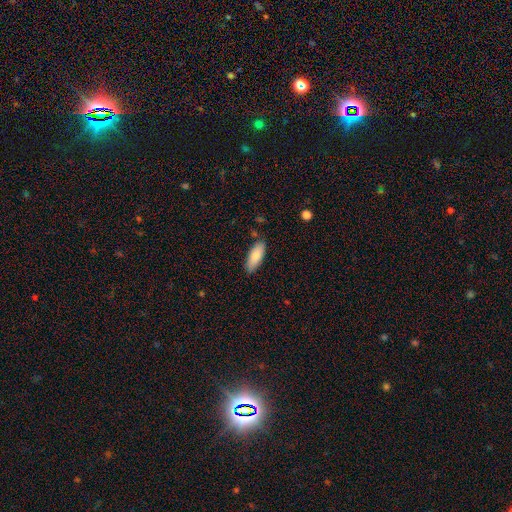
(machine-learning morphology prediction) Smooth or featured? Predicted: smooth (p=0.84). How rounded? Predicted: in between (p=0.75). Merging? Predicted: none (p=0.83).